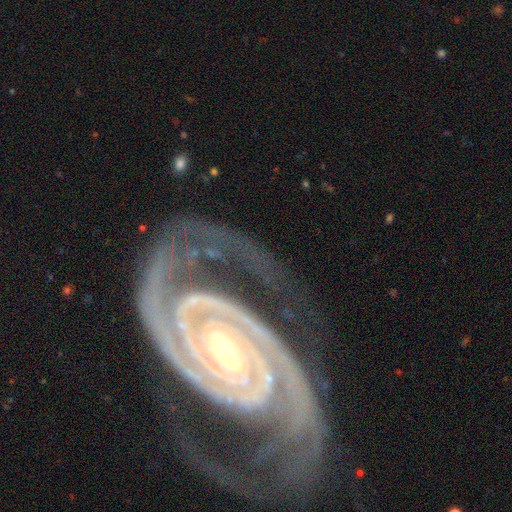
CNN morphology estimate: This is clearly a featured or disk galaxy (94%). It is clearly not viewed edge-on (98%). Bar: marginally strong (36%). Spiral arm pattern: clearly yes (99%). Spiral arm count: clearly 2 (87%). Spiral winding: likely tight (71%). Central bulge: likely small (75%). Merging: likely none (65%).